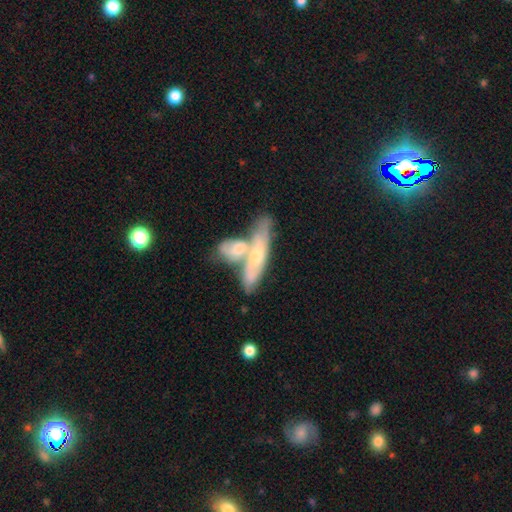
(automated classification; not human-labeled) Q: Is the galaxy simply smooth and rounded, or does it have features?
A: featured or disk — 50%.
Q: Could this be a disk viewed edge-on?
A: no — 53%.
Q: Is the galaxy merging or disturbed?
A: merger — 60%.